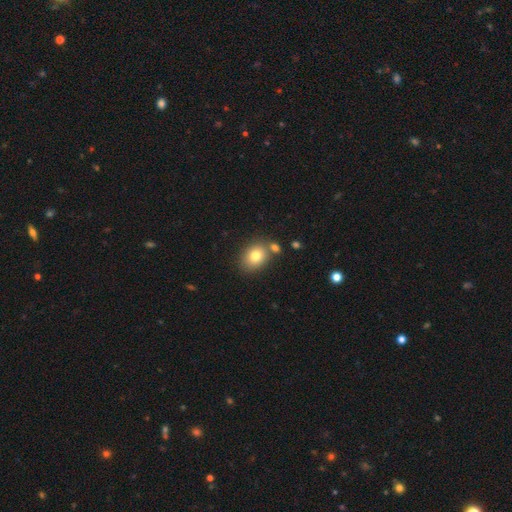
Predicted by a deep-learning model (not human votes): The model was most divided on "how rounded": in between: 60%, round: 39%, cigar-shaped: 1%. More confident: smooth or featured — smooth (79%); merging — none (69%).